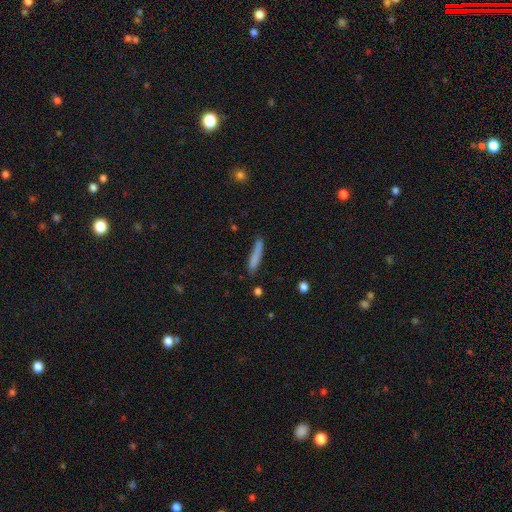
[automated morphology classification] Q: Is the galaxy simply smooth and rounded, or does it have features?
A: smooth — 78%.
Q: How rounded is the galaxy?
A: cigar-shaped — 92%.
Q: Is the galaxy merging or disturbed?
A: none — 78%.